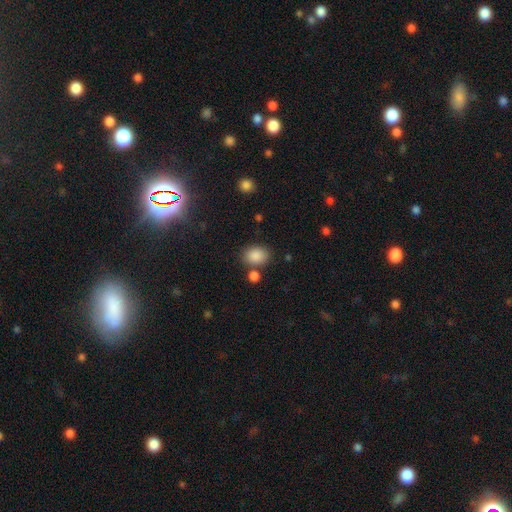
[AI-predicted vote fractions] Q: Smooth or featured?
A: smooth (87%); runner-up: star or artifact (9%)
Q: How rounded?
A: in between (65%); runner-up: round (34%)
Q: Merging?
A: none (74%); runner-up: minor disturbance (12%)